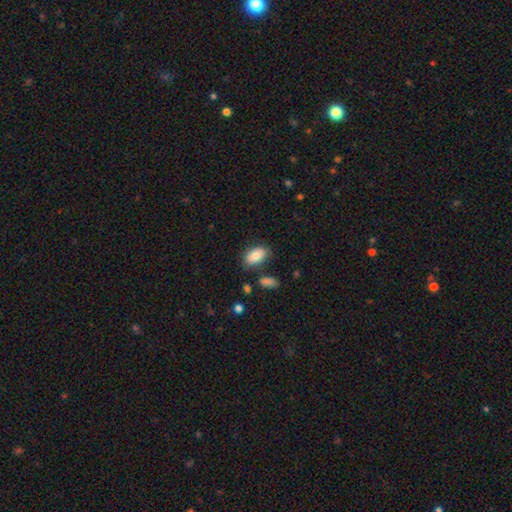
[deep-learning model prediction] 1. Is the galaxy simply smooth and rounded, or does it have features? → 79% smooth, 14% featured or disk, 7% star or artifact.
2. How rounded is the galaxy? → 91% in between, 7% round, 2% cigar-shaped.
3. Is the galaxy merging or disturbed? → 76% none, 15% minor disturbance, 5% merger, 4% major disturbance.